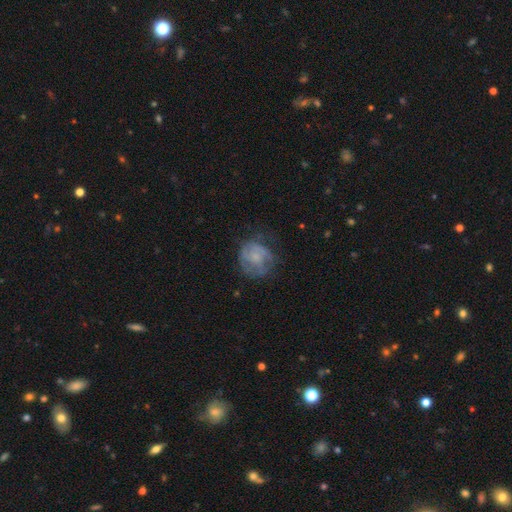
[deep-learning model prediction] This appears to be a featured or disk galaxy (55%) with no bar (77%), spiral arms (71%) and a small central bulge (49%). Merging: none (58%).